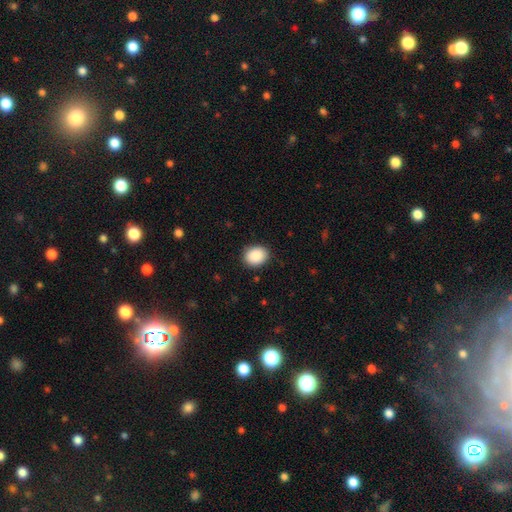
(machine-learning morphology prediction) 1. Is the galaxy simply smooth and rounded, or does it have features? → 90% smooth, 7% star or artifact, 3% featured or disk.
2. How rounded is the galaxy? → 52% in between, 47% round, 1% cigar-shaped.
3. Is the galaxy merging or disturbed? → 88% none, 9% minor disturbance, 2% major disturbance, 1% merger.